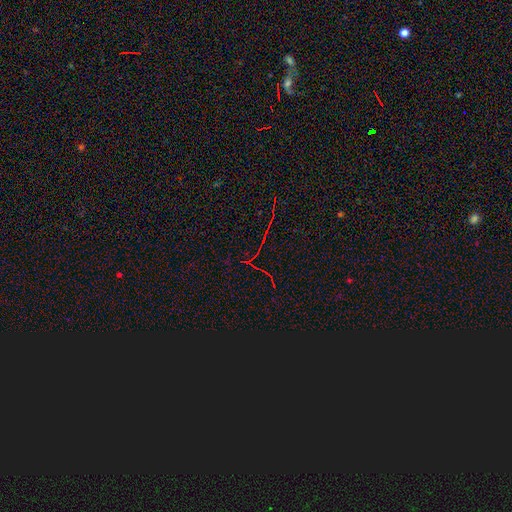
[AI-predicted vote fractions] A star or artifact, not a galaxy (76%).

Vote fractions:
- Smooth or featured? star or artifact: 76% / featured or disk: 13% / smooth: 10%